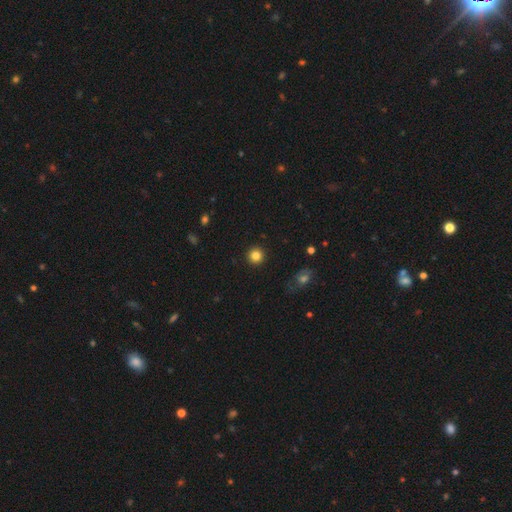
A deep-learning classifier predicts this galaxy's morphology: smooth_or_featured: smooth (p=0.84) [alt: star or artifact p=0.12]
how_rounded: round (p=0.95) [alt: in between p=0.04]
merging: none (p=0.93) [alt: minor disturbance p=0.04]